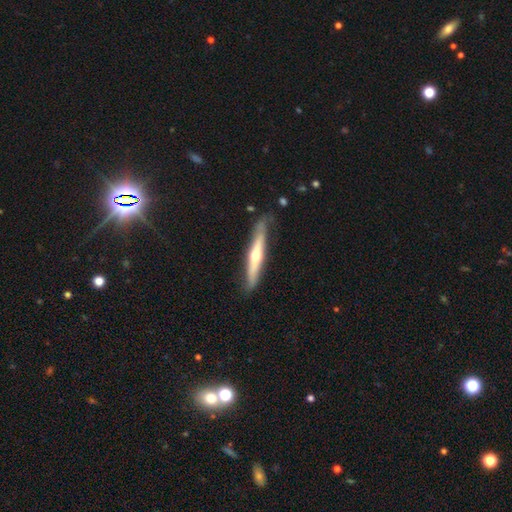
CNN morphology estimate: smooth-or-featured: featured or disk: 58% | smooth: 37% | star or artifact: 5%
  disk-edge-on: yes: 90% | no: 10%
    edge-on-bulge: rounded: 82% | none: 14% | boxy: 4%
  merging: none: 75% | minor disturbance: 19% | major disturbance: 4% | merger: 2%